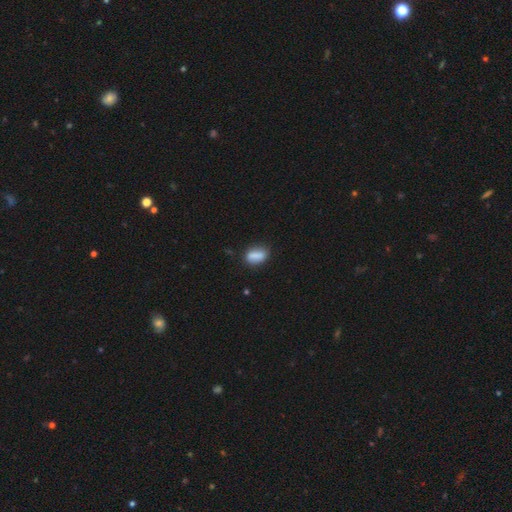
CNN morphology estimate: smooth_or_featured: smooth (p=0.81) [alt: featured or disk p=0.11]
how_rounded: in between (p=0.79) [alt: cigar-shaped p=0.12]
merging: none (p=0.73) [alt: minor disturbance p=0.18]